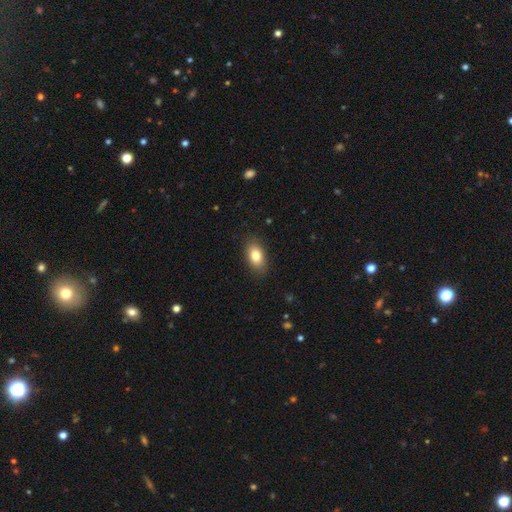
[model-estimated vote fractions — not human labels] smooth 82%, featured or disk 10%, star or artifact 8%. Down the decision tree: how rounded — in between (90%); merging — none (87%).